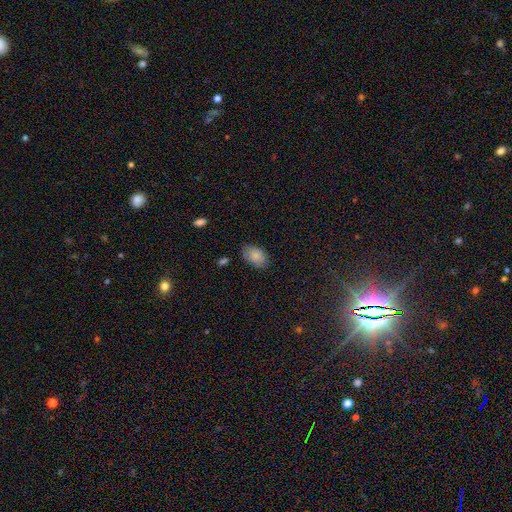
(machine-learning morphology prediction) Overall: smooth (85%). How rounded: in between (90%). Merging: none (78%).